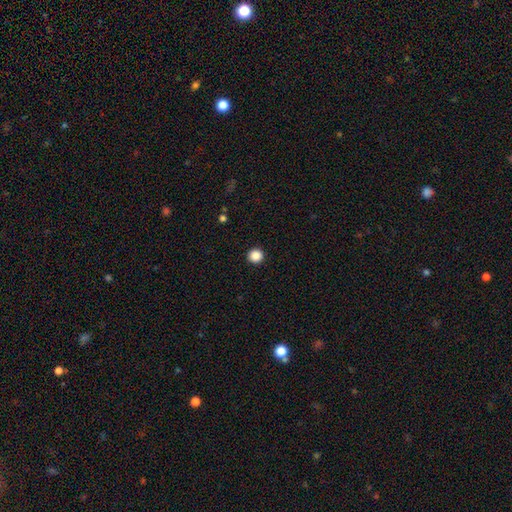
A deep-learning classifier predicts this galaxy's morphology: smooth_or_featured: smooth (p=0.87) [alt: star or artifact p=0.10]
how_rounded: round (p=0.96) [alt: in between p=0.04]
merging: none (p=0.94) [alt: minor disturbance p=0.04]